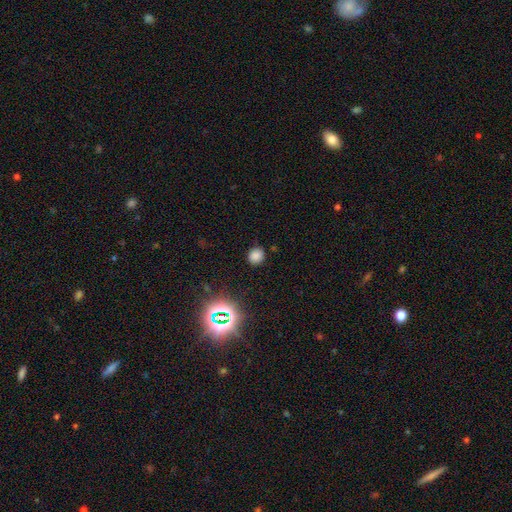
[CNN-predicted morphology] smooth_or_featured: smooth (p=0.75) [alt: star or artifact p=0.20]
how_rounded: round (p=0.77) [alt: in between p=0.22]
merging: none (p=0.85) [alt: minor disturbance p=0.10]